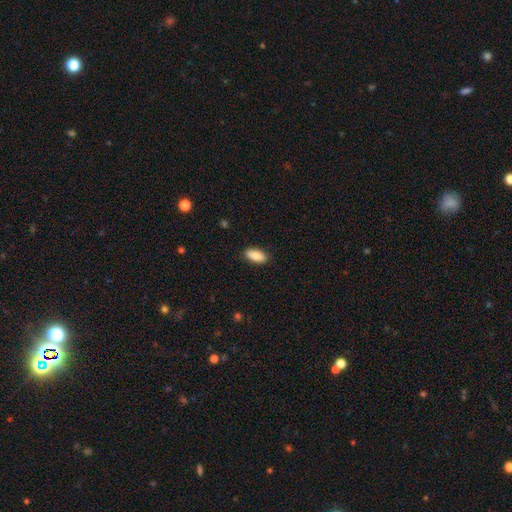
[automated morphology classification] smooth_or_featured: smooth (p=0.85) [alt: featured or disk p=0.08]
how_rounded: in between (p=0.90) [alt: cigar-shaped p=0.07]
merging: none (p=0.86) [alt: minor disturbance p=0.11]